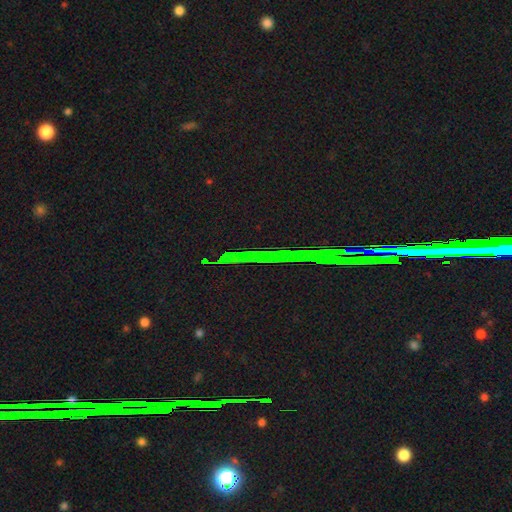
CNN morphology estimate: Smooth or featured?
  - star or artifact: 86% *
  - featured or disk: 7%
  - smooth: 6%